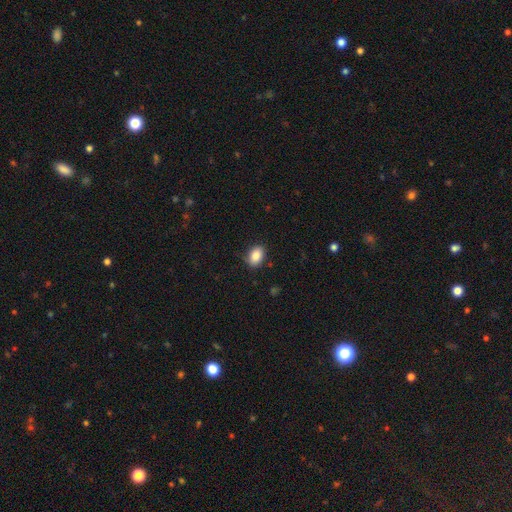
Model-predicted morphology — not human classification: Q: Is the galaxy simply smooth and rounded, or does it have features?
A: smooth — 88%.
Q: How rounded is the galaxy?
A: in between — 82%.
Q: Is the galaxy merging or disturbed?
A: none — 84%.